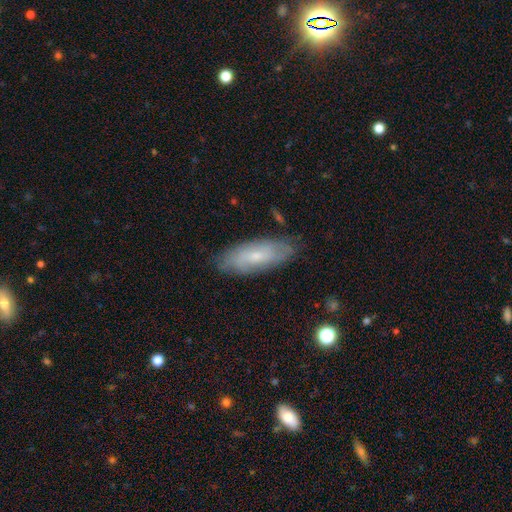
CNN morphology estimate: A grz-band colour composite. It shows a smooth galaxy with no disk features (49%). Merging: none (80%).